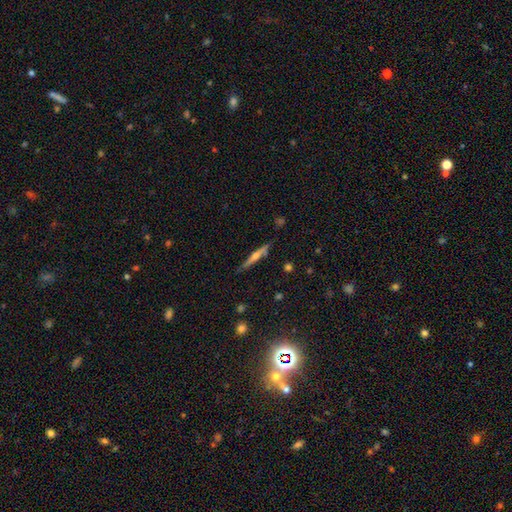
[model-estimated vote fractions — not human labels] smooth-or-featured: featured or disk: 57% | smooth: 36% | star or artifact: 7%
  disk-edge-on: yes: 96% | no: 4%
    edge-on-bulge: rounded: 75% | none: 18% | boxy: 8%
  merging: none: 82% | minor disturbance: 13% | merger: 3% | major disturbance: 2%